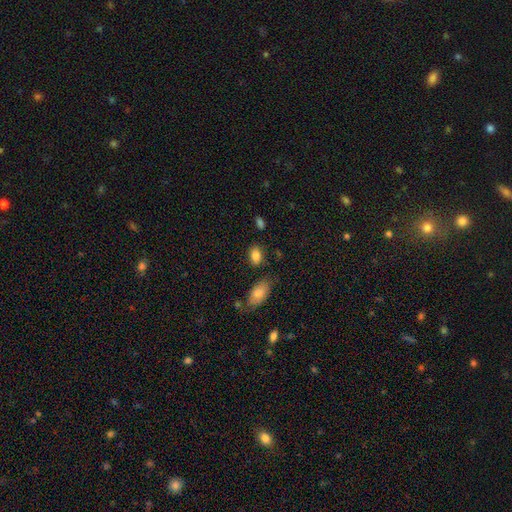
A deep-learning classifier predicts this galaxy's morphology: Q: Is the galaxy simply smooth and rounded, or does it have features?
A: smooth — 84%.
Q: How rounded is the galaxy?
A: in between — 85%.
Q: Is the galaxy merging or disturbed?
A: none — 80%.